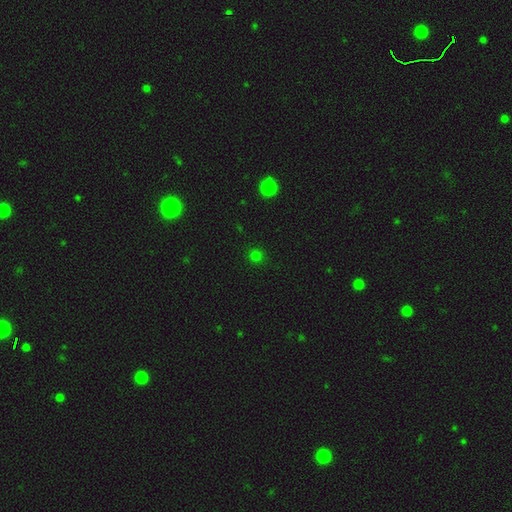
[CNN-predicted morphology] Smooth or featured? Predicted: smooth (p=0.74). How rounded? Predicted: round (p=0.93). Merging? Predicted: none (p=0.90).